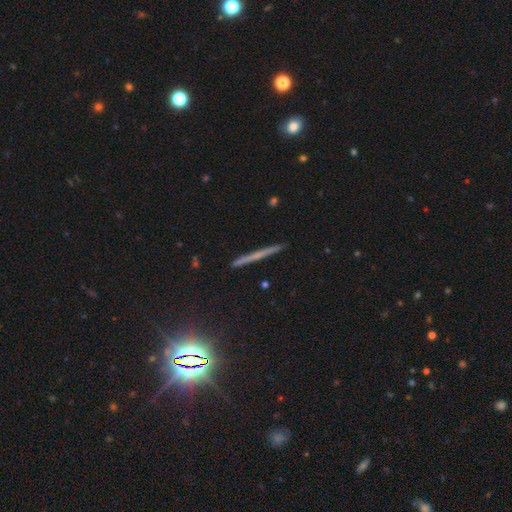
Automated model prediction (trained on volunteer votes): Q: Smooth or featured?
A: featured or disk (50%); runner-up: smooth (34%)
Q: Edge-on disk?
A: yes (97%); runner-up: no (3%)
Q: Merging?
A: none (91%); runner-up: minor disturbance (7%)